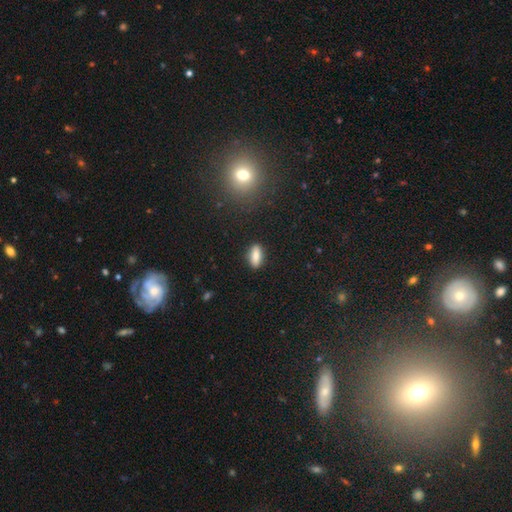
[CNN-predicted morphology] smooth 80%, featured or disk 12%, star or artifact 8%. Down the decision tree: how rounded — in between (74%); merging — none (88%).